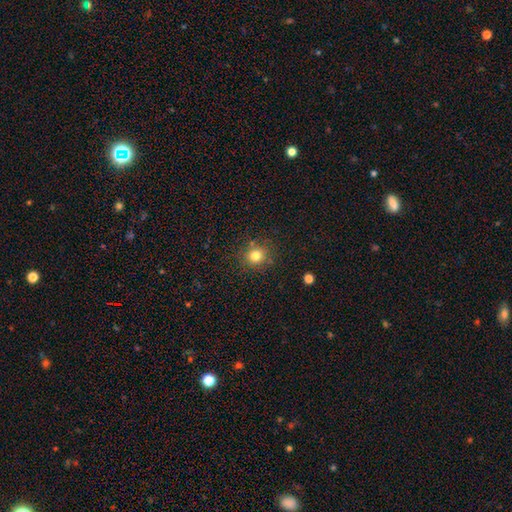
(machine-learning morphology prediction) This appears to be a smooth galaxy with no disk features (79%) that is round (85%). Merging: none (82%).